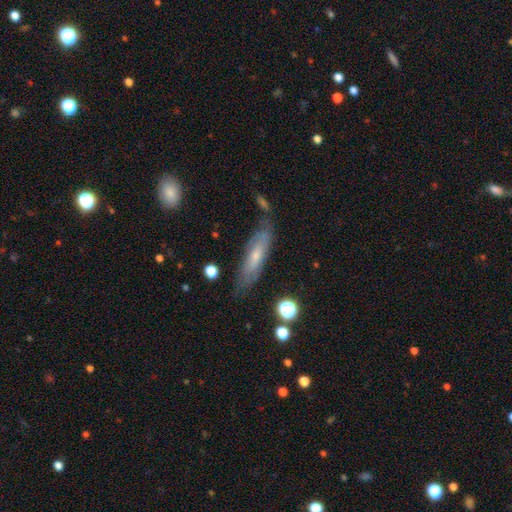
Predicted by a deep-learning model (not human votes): Overall: featured or disk (49%; smooth 43%). Merging: none (69%).